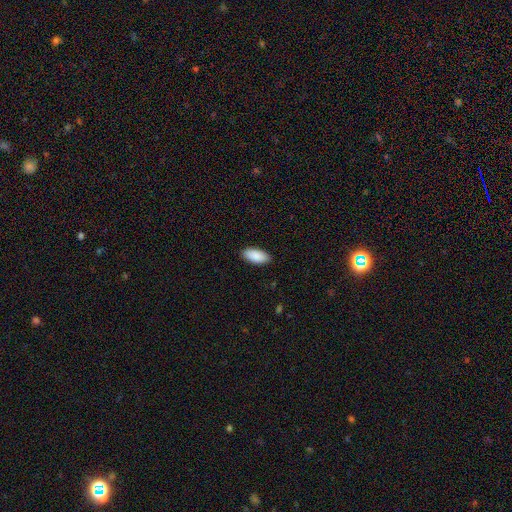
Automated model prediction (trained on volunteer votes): smooth_or_featured: smooth (p=0.90) [alt: star or artifact p=0.06]
how_rounded: in between (p=0.89) [alt: cigar-shaped p=0.09]
merging: none (p=0.89) [alt: minor disturbance p=0.08]